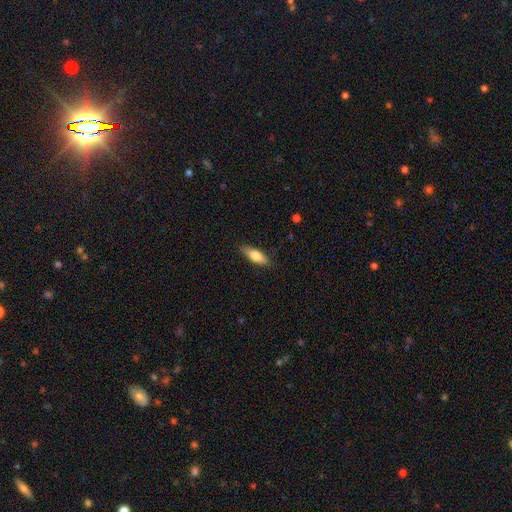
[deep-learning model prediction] Smooth or featured? Predicted: smooth (p=0.74). How rounded? Predicted: in between (p=0.63). Merging? Predicted: none (p=0.84).